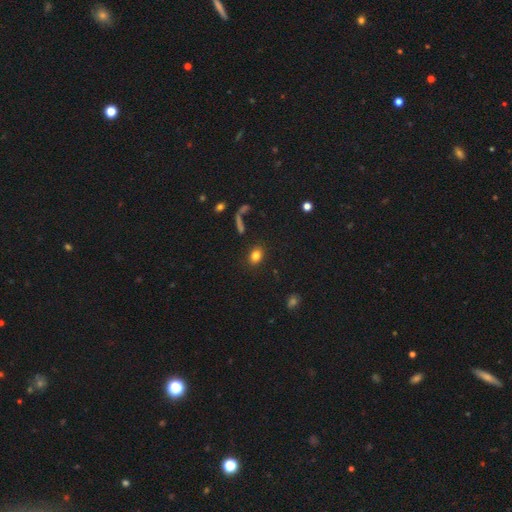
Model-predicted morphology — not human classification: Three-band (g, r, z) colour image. It shows a smooth galaxy with no disk features (82%) that is in between round and cigar-shaped (61%). Merging: none (87%).